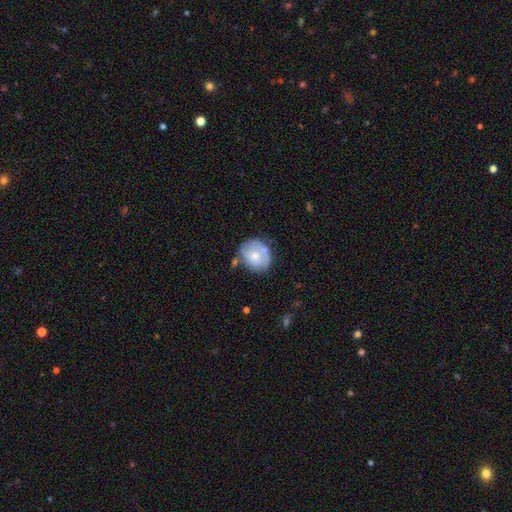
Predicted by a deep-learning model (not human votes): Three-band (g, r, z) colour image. It shows a smooth galaxy with no disk features (50%) that is round (67%). Merging: none (54%).